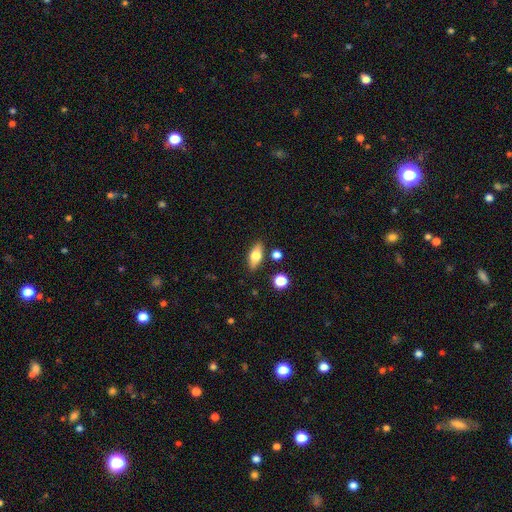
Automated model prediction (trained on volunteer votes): Smooth or featured? Predicted: smooth (p=0.67). How rounded? Predicted: in between (p=0.77). Merging? Predicted: none (p=0.84).